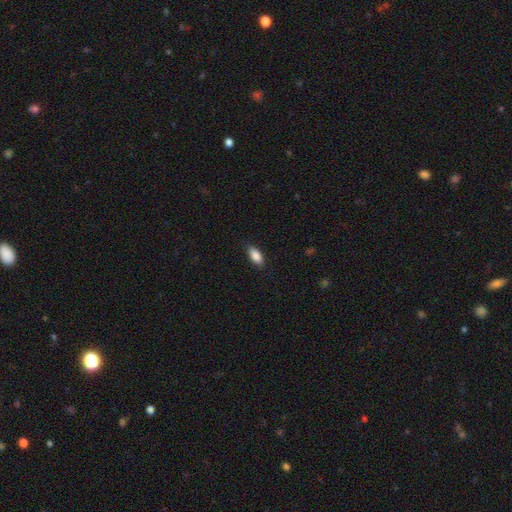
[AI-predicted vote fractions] Smooth or featured? smooth (88%)
How rounded? in between (87%)
Merging? none (85%)